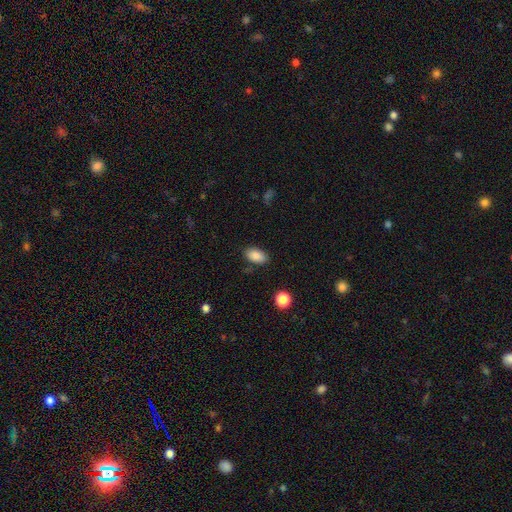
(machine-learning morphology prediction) smooth 87%, star or artifact 8%, featured or disk 5%. Down the decision tree: how rounded — in between (92%); merging — none (84%).